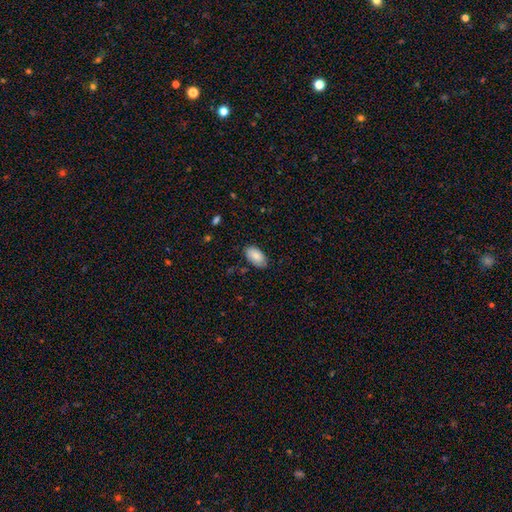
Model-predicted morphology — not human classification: A smooth galaxy with no disk features (85%) that is in between round and cigar-shaped (95%).

Vote fractions:
- Smooth or featured? smooth: 85% / featured or disk: 8% / star or artifact: 7%
- How rounded? in between: 95% / round: 3% / cigar-shaped: 2%
- Merging? none: 81% / minor disturbance: 15% / major disturbance: 3% / merger: 1%